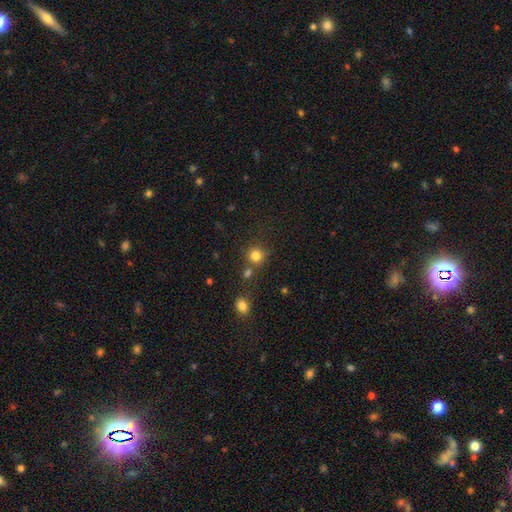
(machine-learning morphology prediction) This is clearly a smooth galaxy (81%). How rounded: clearly round (90%). Merging: likely none (71%).